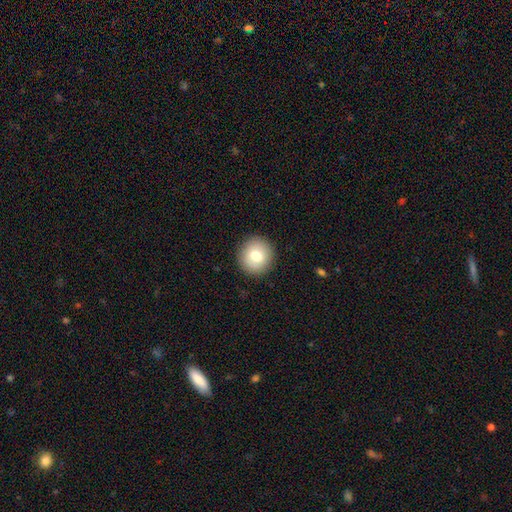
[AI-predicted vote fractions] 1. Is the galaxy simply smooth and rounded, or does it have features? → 77% smooth, 14% featured or disk, 9% star or artifact.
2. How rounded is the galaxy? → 91% round, 8% in between, 1% cigar-shaped.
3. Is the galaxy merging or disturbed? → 91% none, 6% minor disturbance, 2% major disturbance, 1% merger.